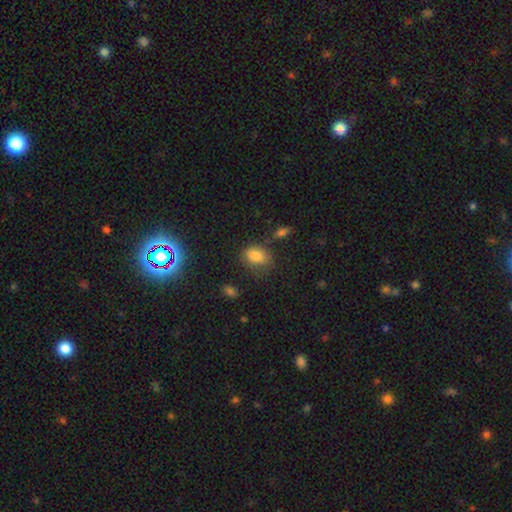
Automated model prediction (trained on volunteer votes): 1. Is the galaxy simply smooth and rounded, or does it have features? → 83% smooth, 10% star or artifact, 6% featured or disk.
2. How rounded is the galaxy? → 76% in between, 23% round, 1% cigar-shaped.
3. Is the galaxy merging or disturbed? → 61% none, 24% minor disturbance, 9% major disturbance, 5% merger.